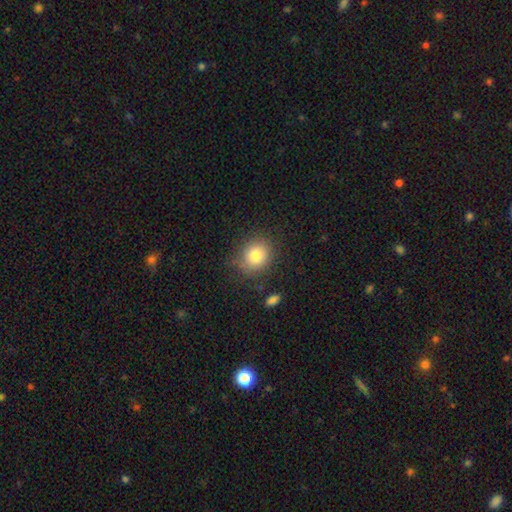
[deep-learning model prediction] This is clearly a smooth galaxy (80%). How rounded: likely round (74%). Merging: likely none (78%).